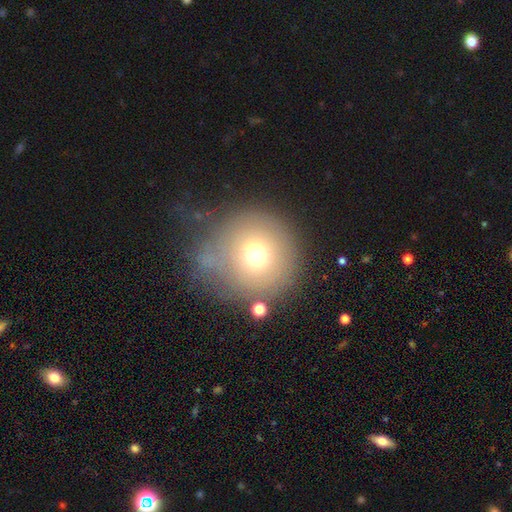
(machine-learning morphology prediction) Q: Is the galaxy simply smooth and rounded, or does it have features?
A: smooth — 67%.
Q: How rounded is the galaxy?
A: round — 93%.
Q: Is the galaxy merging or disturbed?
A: none — 57%.